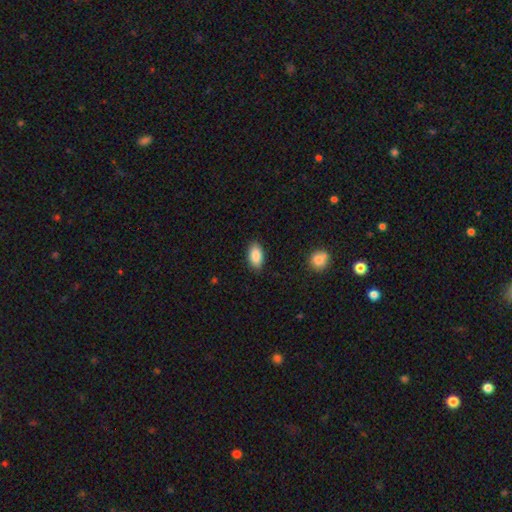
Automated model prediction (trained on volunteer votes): Overall: smooth (88%). How rounded: in between (93%). Merging: none (87%).